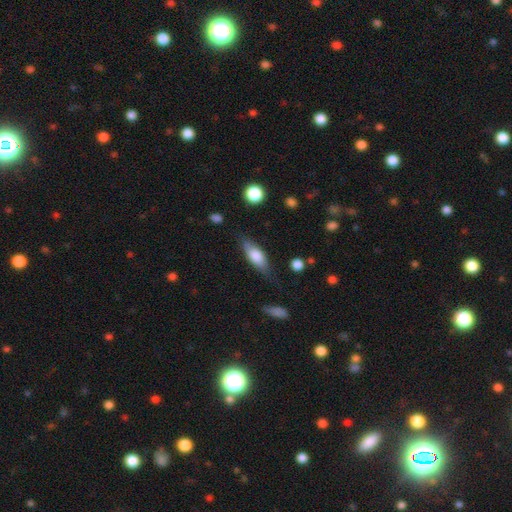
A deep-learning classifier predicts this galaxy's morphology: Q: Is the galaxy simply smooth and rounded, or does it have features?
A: smooth — 70%.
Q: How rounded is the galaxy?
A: in between — 70%.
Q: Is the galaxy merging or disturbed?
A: none — 68%.